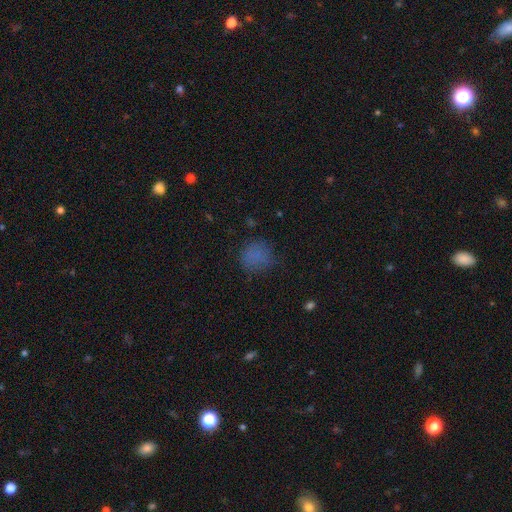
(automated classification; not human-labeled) Smooth or featured? smooth (73%)
How rounded? round (81%)
Merging? none (66%)